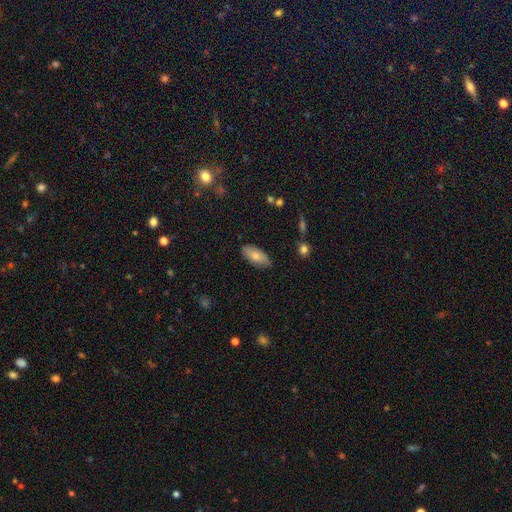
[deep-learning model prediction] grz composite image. It shows a smooth galaxy with no disk features (78%) that is in between round and cigar-shaped (87%). Merging: none (84%).